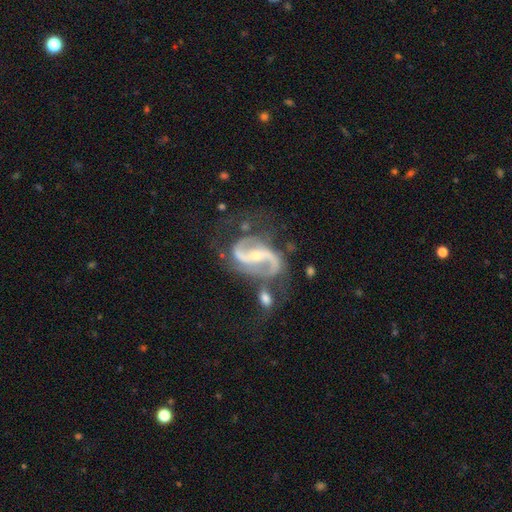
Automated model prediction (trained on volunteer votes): Smooth or featured?
  - featured or disk: 92% *
  - star or artifact: 5%
  - smooth: 3%
Edge-on disk?
  - no: 98% *
  - yes: 2%
Bar?
  - strong: 47% *
  - weak: 33%
  - no: 20%
Spiral arms?
  - yes: 98% *
  - no: 2%
Spiral winding?
  - medium: 52% *
  - loose: 33%
  - tight: 15%
Spiral arm count?
  - 2: 93% *
  - can't tell: 2%
  - 3: 2%
  - 1: 1%
  - 4: 1%
  - more than 4: 1%
Bulge size?
  - small: 61% *
  - moderate: 34%
  - none: 2%
  - large: 1%
  - dominant: 1%
Merging?
  - none: 48% *
  - minor disturbance: 21%
  - merger: 17%
  - major disturbance: 15%